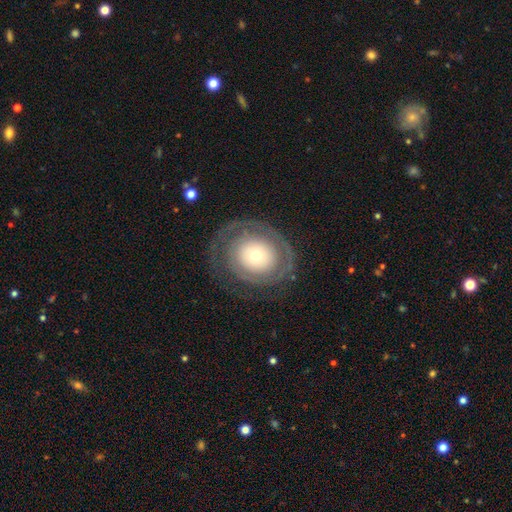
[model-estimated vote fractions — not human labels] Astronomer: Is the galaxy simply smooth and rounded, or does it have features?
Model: featured or disk — 60%.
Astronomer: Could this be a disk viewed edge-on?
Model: no — 95%.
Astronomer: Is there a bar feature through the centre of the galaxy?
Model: no — 88%.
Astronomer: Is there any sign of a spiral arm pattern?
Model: no — 55% (runner-up: yes, 45%).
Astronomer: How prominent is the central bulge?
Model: small — 51% (runner-up: moderate, 34%).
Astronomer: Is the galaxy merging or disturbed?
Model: none — 75%.